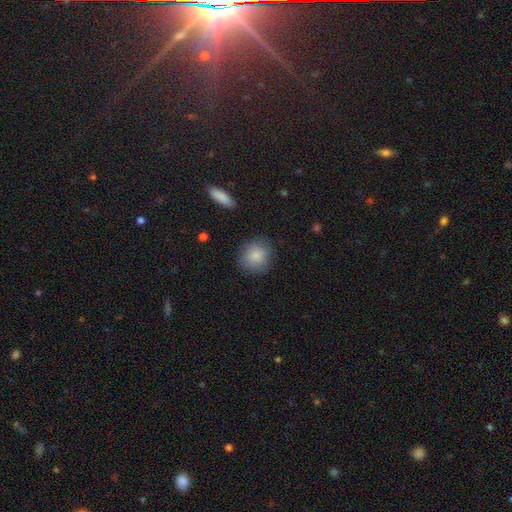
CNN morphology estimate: The model was most divided on "merging": none: 82%, minor disturbance: 13%, major disturbance: 4%, merger: 1%. More confident: smooth or featured — smooth (86%); how rounded — round (84%).